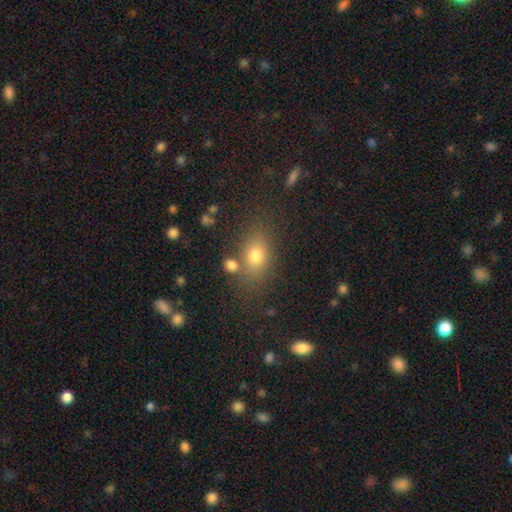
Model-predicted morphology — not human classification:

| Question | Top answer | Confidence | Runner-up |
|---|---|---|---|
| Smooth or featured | smooth | 74% | star or artifact (13%) |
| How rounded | in between | 73% | round (24%) |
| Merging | none | 70% | minor disturbance (14%) |